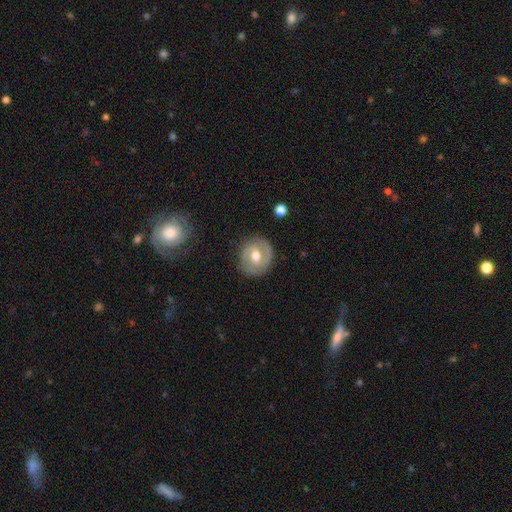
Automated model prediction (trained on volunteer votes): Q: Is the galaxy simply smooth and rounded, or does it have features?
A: featured or disk — 57%.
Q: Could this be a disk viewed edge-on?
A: no — 96%.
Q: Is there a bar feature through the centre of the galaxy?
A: weak — 47%.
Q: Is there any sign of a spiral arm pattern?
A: yes — 57%.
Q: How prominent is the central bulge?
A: moderate — 76%.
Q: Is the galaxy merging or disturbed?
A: none — 82%.